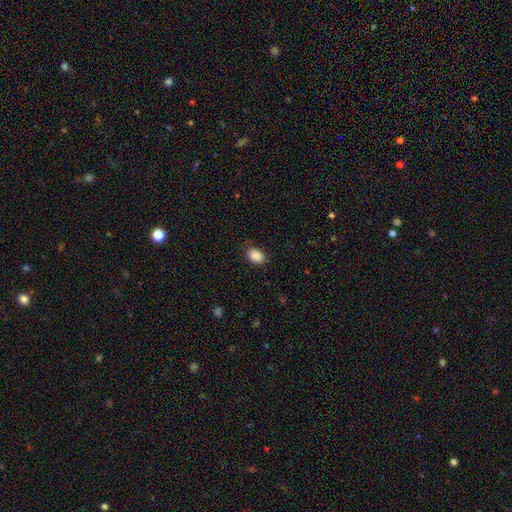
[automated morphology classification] smooth_or_featured: smooth (p=0.89) [alt: star or artifact p=0.08]
how_rounded: in between (p=0.81) [alt: round p=0.18]
merging: none (p=0.80) [alt: minor disturbance p=0.16]